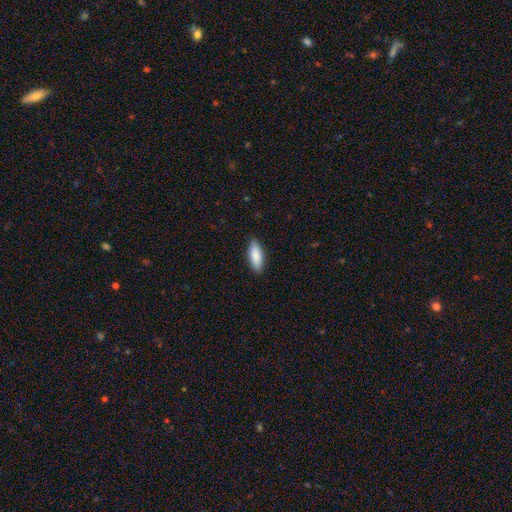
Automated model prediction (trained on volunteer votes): Smooth or featured?
  - smooth: 87% *
  - featured or disk: 7%
  - star or artifact: 5%
How rounded?
  - in between: 63% *
  - cigar-shaped: 36%
  - round: 2%
Merging?
  - none: 90% *
  - minor disturbance: 8%
  - major disturbance: 2%
  - merger: 1%